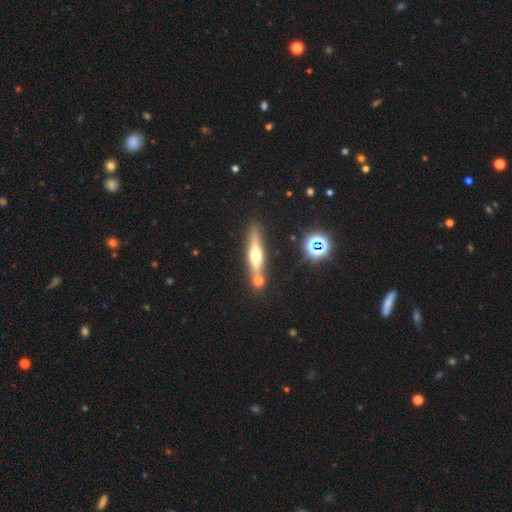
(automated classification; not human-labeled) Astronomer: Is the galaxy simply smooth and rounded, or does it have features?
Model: featured or disk — 53% (runner-up: smooth, 37%).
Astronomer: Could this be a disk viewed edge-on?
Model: yes — 90%.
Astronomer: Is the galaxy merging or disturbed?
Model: none — 75%.